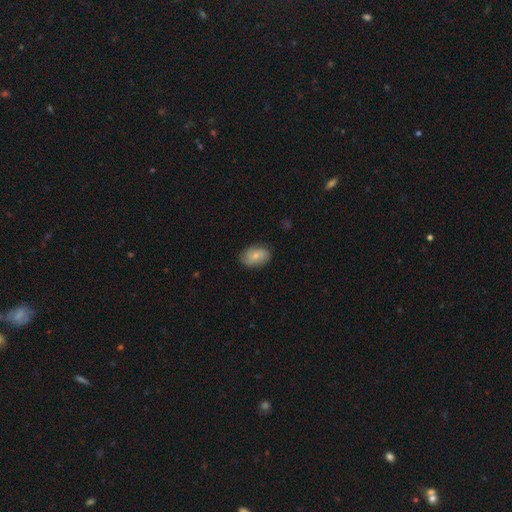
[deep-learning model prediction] smooth_or_featured: smooth (p=0.51) [alt: featured or disk p=0.41]
how_rounded: in between (p=0.82) [alt: round p=0.17]
merging: none (p=0.78) [alt: minor disturbance p=0.17]